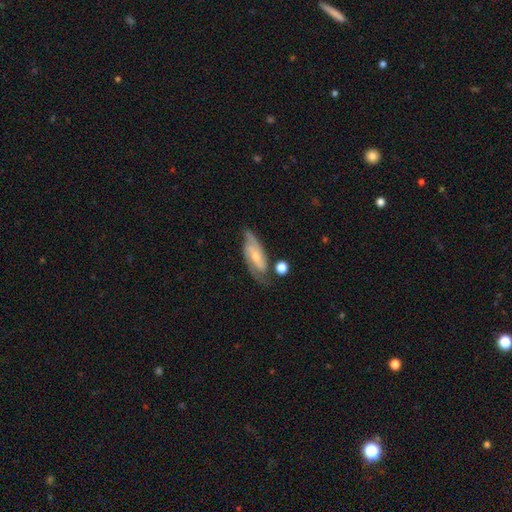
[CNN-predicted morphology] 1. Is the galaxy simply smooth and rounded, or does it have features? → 75% featured or disk, 19% smooth, 6% star or artifact.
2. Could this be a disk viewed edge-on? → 91% no, 9% yes.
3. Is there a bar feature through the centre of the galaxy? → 45% no, 39% weak, 16% strong.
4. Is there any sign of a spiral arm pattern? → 94% yes, 6% no.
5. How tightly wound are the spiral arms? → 48% medium, 31% tight, 21% loose.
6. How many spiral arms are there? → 78% 2, 11% can't tell, 5% 3, 3% 1, 1% 4, 1% more than 4.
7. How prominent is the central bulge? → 58% small, 33% moderate, 6% none, 2% large, 1% dominant.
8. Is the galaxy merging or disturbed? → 62% none, 22% minor disturbance, 9% major disturbance, 7% merger.